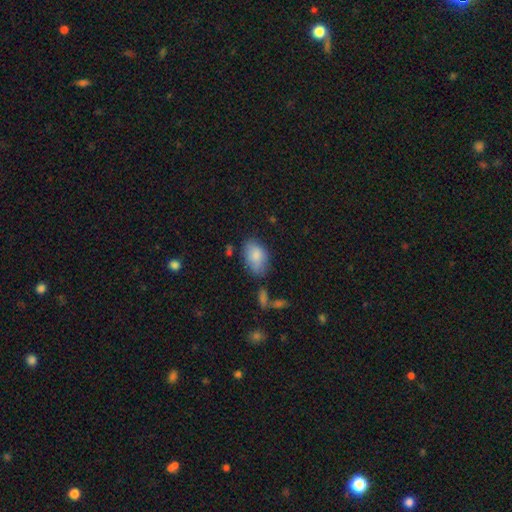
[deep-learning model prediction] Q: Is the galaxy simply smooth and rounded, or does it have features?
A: smooth — 84%.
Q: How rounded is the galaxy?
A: in between — 88%.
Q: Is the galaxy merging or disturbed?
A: none — 63%.